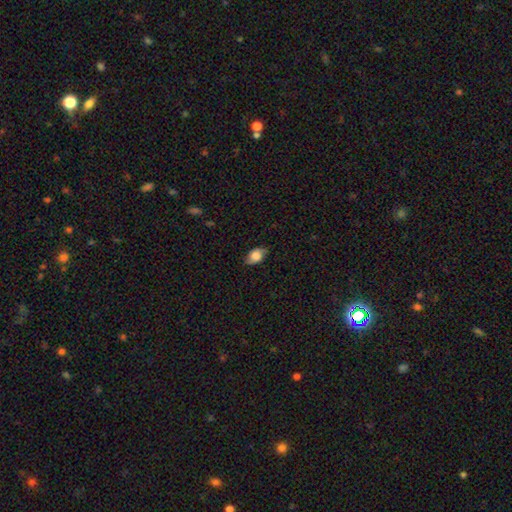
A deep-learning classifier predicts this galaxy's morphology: Q: Smooth or featured?
A: smooth (70%); runner-up: featured or disk (22%)
Q: How rounded?
A: in between (86%); runner-up: round (12%)
Q: Merging?
A: none (79%); runner-up: minor disturbance (17%)